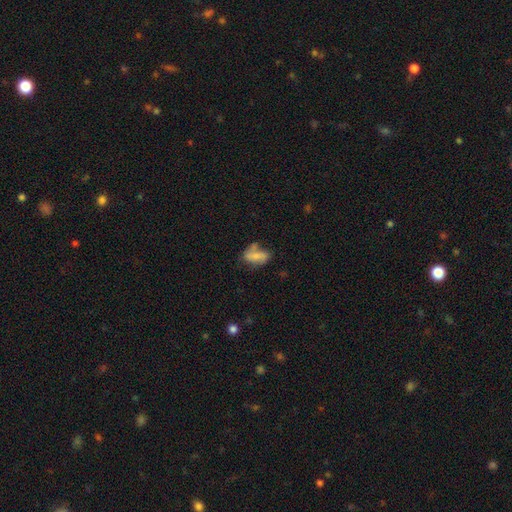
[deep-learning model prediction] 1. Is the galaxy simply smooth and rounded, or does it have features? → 62% smooth, 28% featured or disk, 9% star or artifact.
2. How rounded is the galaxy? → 82% in between, 13% cigar-shaped, 6% round.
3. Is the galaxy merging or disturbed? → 42% none, 27% minor disturbance, 16% merger, 15% major disturbance.